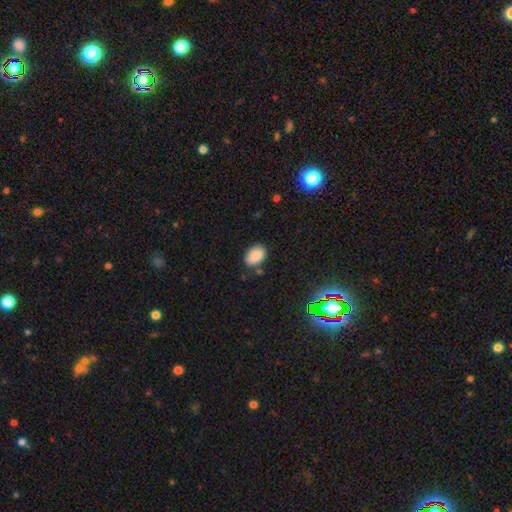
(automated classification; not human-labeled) Smooth or featured: smooth — 87% (star or artifact — 8%)
How rounded: in between — 86% (round — 13%)
Merging: none — 78% (minor disturbance — 16%)